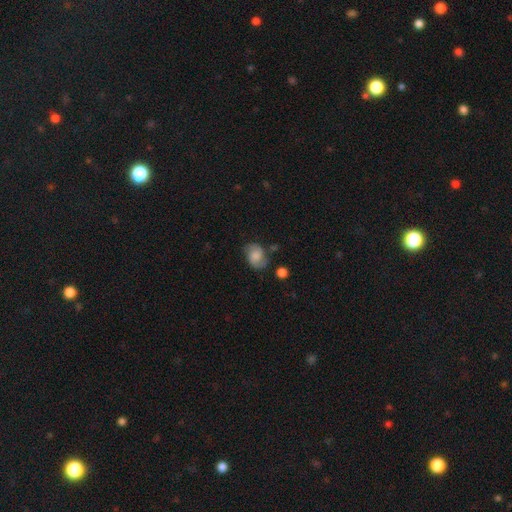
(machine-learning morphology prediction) The model was most divided on "bulge size": moderate: 29%, none: 24%, large: 23%, small: 19%, dominant: 4%. More confident: edge-on disk — no (97%); spiral arms — yes (89%); bar — no (67%); merging — none (67%); smooth or featured — featured or disk (52%).